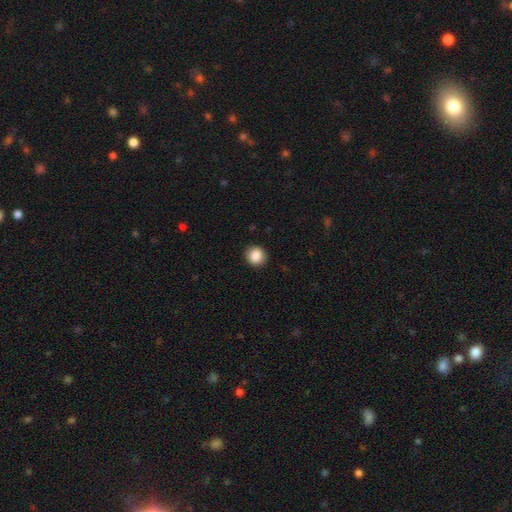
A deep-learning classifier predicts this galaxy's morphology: Smooth or featured? smooth (87%)
How rounded? round (84%)
Merging? none (90%)